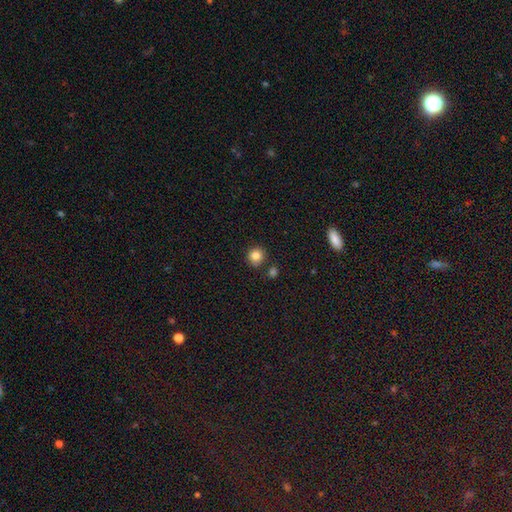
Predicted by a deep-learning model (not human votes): smooth 84%, star or artifact 11%, featured or disk 5%. Down the decision tree: how rounded — round (92%); merging — none (81%).